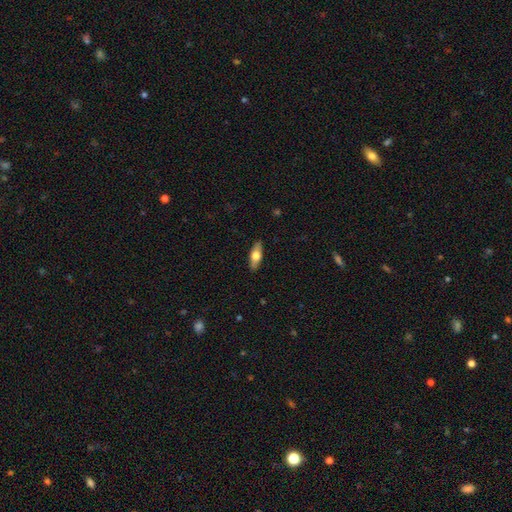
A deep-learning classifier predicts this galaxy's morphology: This is possibly a smooth galaxy (59%). How rounded: likely in between (65%). Merging: clearly none (88%).